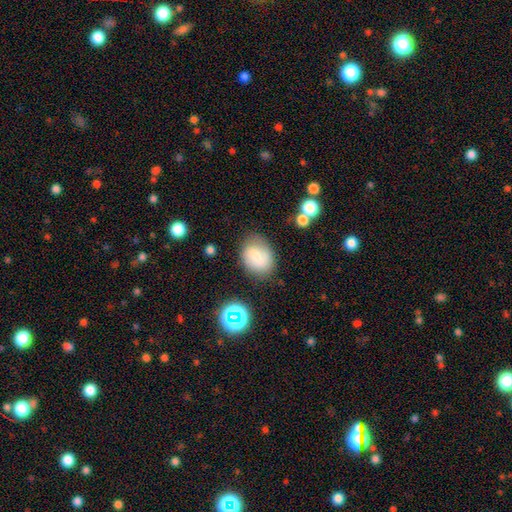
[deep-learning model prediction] smooth-or-featured: smooth: 69% | featured or disk: 20% | star or artifact: 11%
  how-rounded: in between: 65% | round: 34% | cigar-shaped: 1%
  merging: none: 70% | minor disturbance: 20% | major disturbance: 6% | merger: 4%